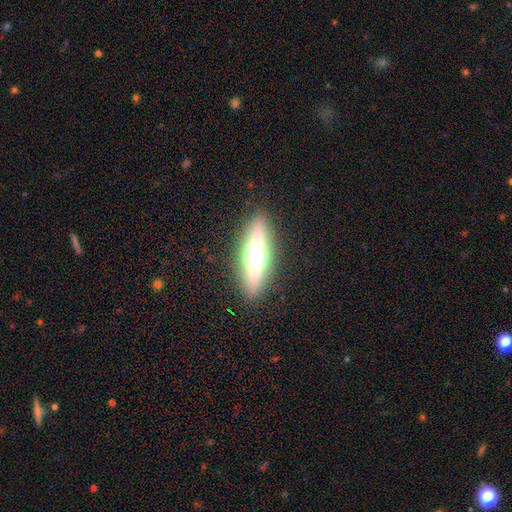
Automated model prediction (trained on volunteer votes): Q: Smooth or featured?
A: featured or disk (59%); runner-up: smooth (30%)
Q: Edge-on disk?
A: yes (89%); runner-up: no (11%)
Q: Edge-on bulge?
A: rounded (93%); runner-up: boxy (5%)
Q: Merging?
A: none (88%); runner-up: minor disturbance (8%)